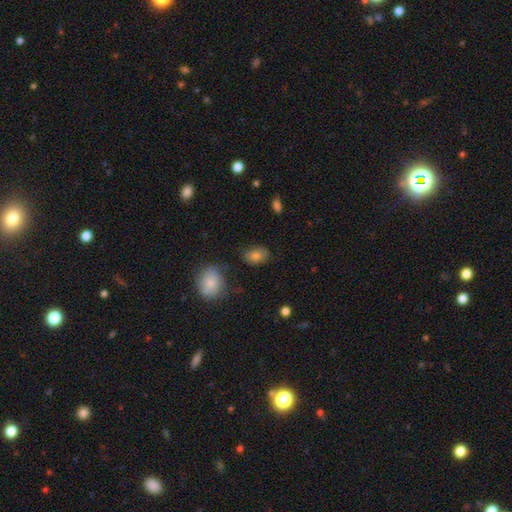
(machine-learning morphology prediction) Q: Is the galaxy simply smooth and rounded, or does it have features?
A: smooth — 80%.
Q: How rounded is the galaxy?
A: in between — 83%.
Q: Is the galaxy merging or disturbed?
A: none — 75%.